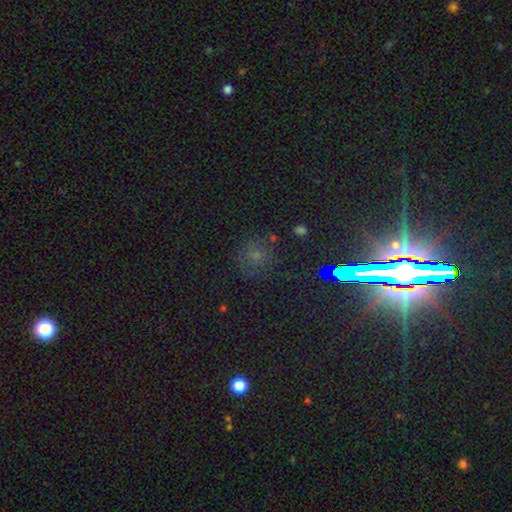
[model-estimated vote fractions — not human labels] Overall: smooth (49%; star or artifact 39%). Merging: none (76%).